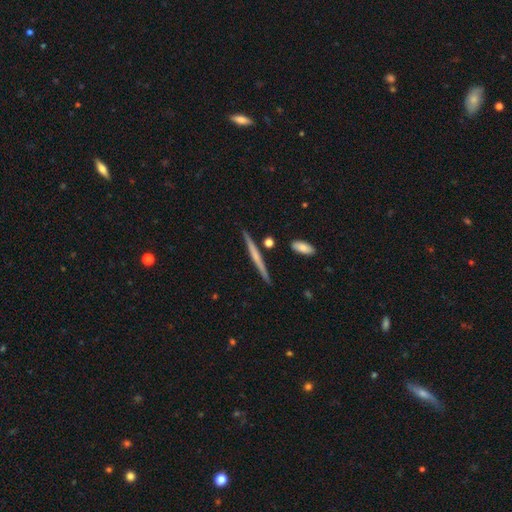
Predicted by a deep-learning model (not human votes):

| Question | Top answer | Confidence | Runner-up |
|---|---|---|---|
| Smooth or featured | featured or disk | 54% | smooth (40%) |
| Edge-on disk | yes | 97% | no (3%) |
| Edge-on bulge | none | 74% | rounded (18%) |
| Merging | none | 89% | minor disturbance (7%) |